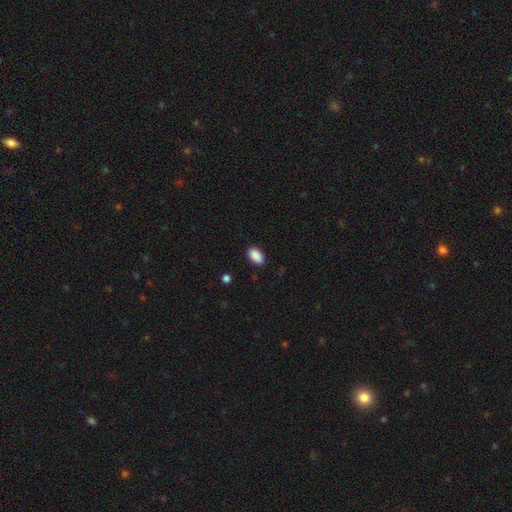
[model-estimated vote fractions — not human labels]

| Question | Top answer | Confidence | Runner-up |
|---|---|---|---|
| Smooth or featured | smooth | 90% | star or artifact (7%) |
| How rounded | in between | 92% | round (6%) |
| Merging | none | 88% | minor disturbance (9%) |